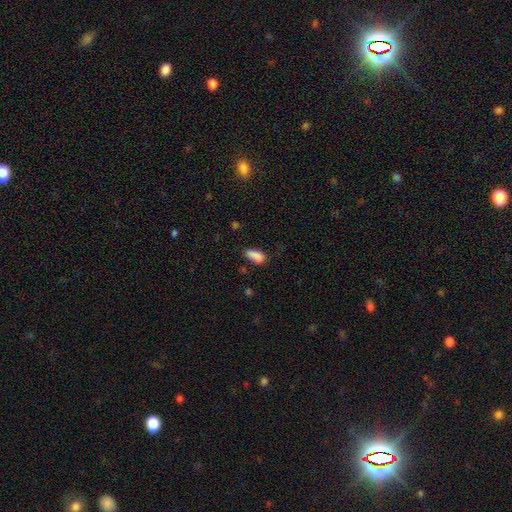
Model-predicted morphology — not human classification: Smooth or featured?
  - smooth: 86% *
  - star or artifact: 9%
  - featured or disk: 5%
How rounded?
  - in between: 85% *
  - cigar-shaped: 12%
  - round: 3%
Merging?
  - none: 62% *
  - minor disturbance: 26%
  - major disturbance: 7%
  - merger: 5%